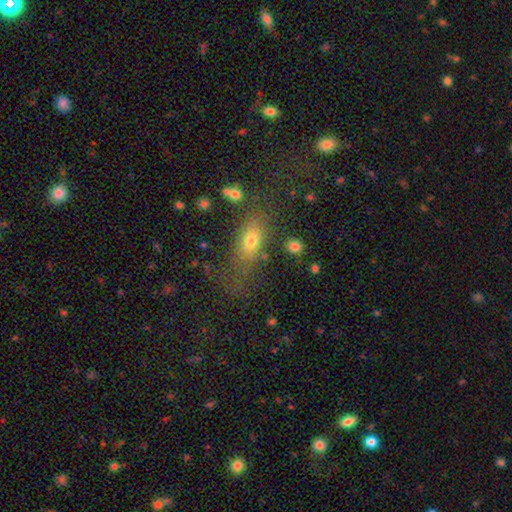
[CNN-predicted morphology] Smooth or featured? smooth (57%)
How rounded? in between (59%)
Merging? none (60%)